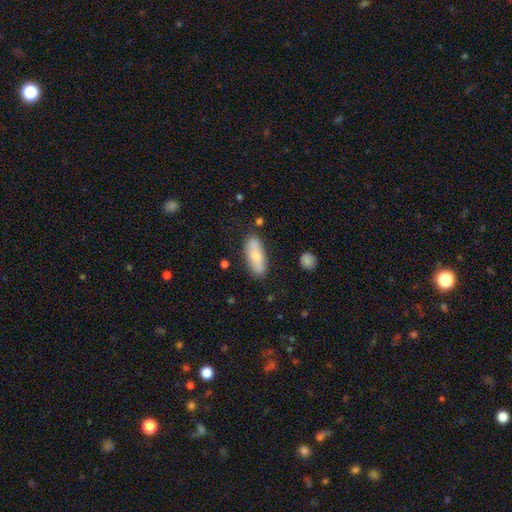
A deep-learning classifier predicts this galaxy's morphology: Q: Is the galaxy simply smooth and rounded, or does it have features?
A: smooth — 64%.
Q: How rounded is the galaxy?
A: in between — 72%.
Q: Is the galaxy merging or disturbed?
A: none — 80%.